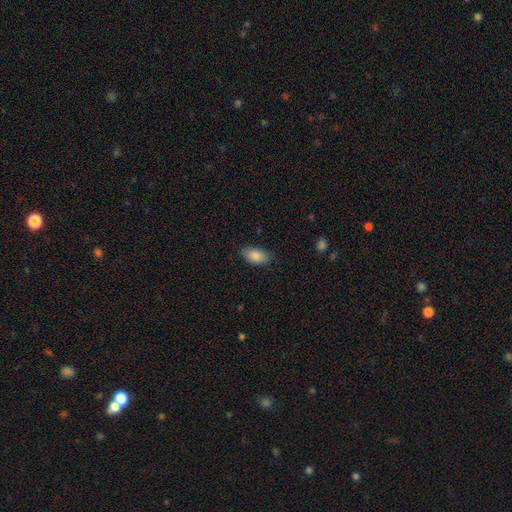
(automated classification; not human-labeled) Morphology: type=smooth (87%); roundness=in between (93%); merging=none (83%).